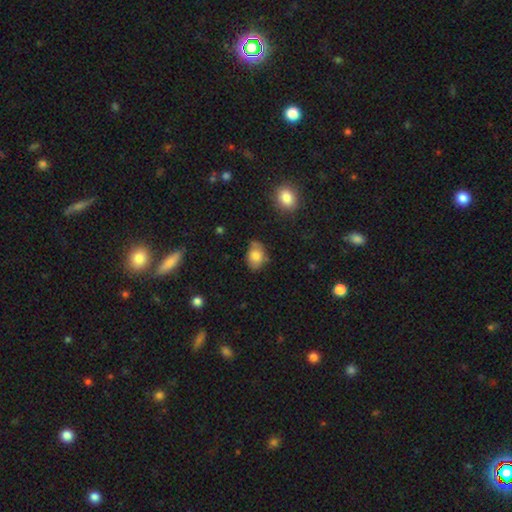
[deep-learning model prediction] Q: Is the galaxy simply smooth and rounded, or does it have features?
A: smooth — 77%.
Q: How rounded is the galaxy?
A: in between — 81%.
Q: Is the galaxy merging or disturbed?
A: none — 63%.